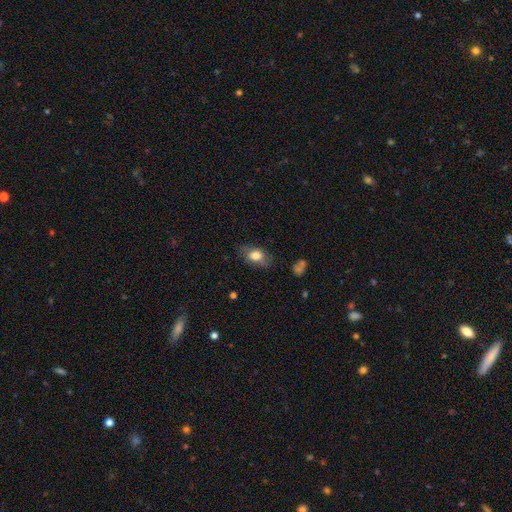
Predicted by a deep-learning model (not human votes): The model was most divided on "merging": none: 74%, minor disturbance: 19%, major disturbance: 5%, merger: 1%. More confident: how rounded — in between (83%); smooth or featured — smooth (76%).